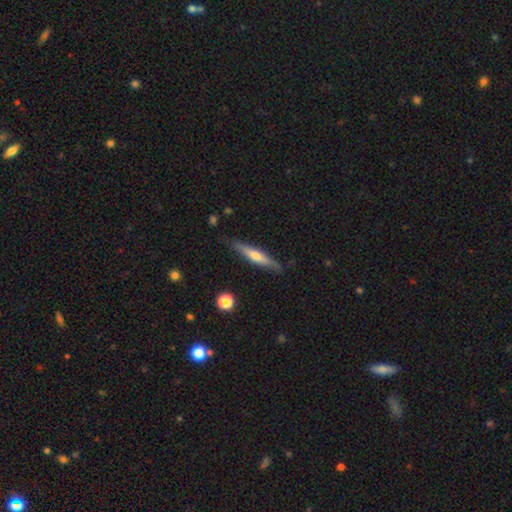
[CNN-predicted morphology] smooth_or_featured: featured or disk (p=0.49) [alt: smooth p=0.45]
merging: none (p=0.84) [alt: minor disturbance p=0.12]